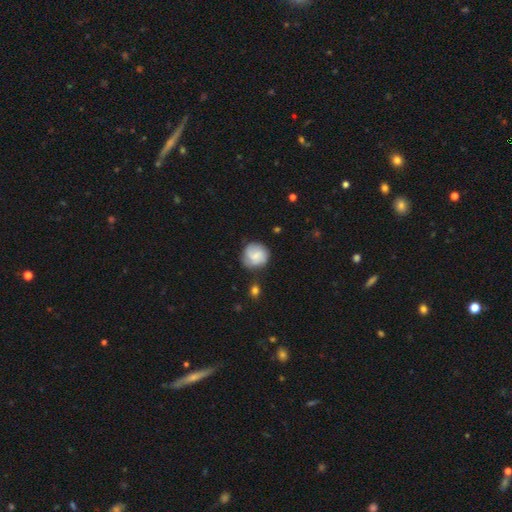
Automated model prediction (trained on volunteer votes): smooth_or_featured: smooth (p=0.62) [alt: featured or disk p=0.31]
how_rounded: round (p=0.88) [alt: in between p=0.11]
merging: none (p=0.70) [alt: minor disturbance p=0.20]